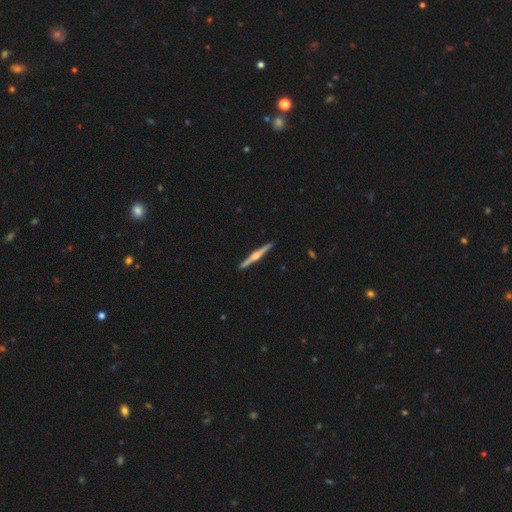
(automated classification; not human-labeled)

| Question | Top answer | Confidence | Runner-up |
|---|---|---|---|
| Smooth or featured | featured or disk | 75% | smooth (20%) |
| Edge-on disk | yes | 98% | no (2%) |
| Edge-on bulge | rounded | 87% | none (7%) |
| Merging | none | 92% | minor disturbance (5%) |